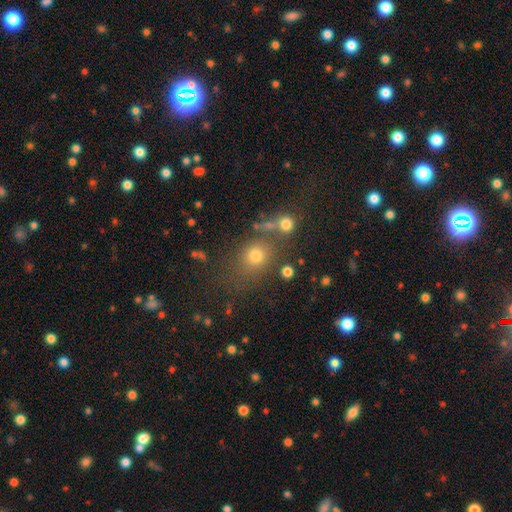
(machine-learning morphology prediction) This is likely a smooth galaxy (71%). How rounded: likely round (65%). Merging: likely none (62%).